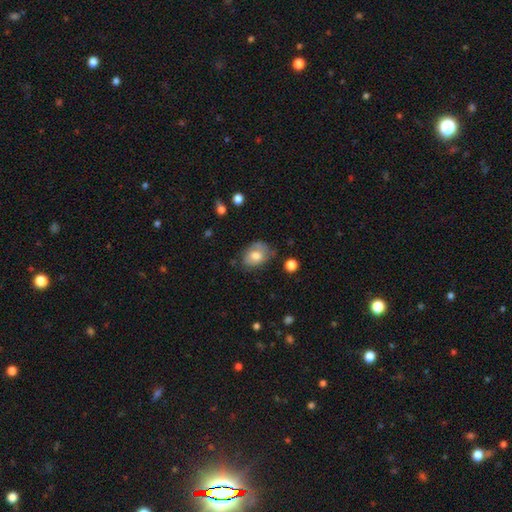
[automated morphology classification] The model was most divided on "merging": none: 58%, minor disturbance: 29%, major disturbance: 9%, merger: 3%. More confident: how rounded — in between (74%); smooth or featured — smooth (70%).